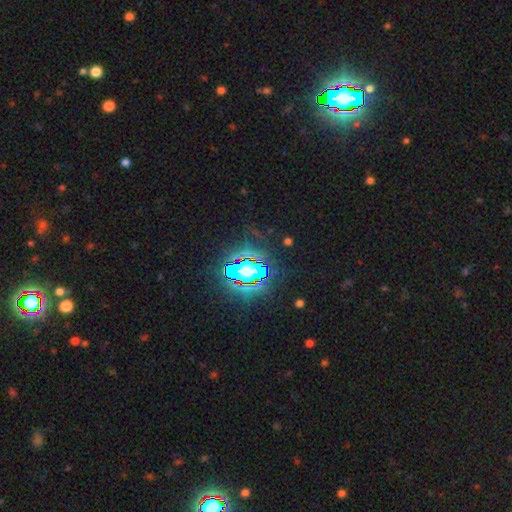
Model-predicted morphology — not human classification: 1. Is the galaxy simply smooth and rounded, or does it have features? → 84% star or artifact, 9% smooth, 7% featured or disk.